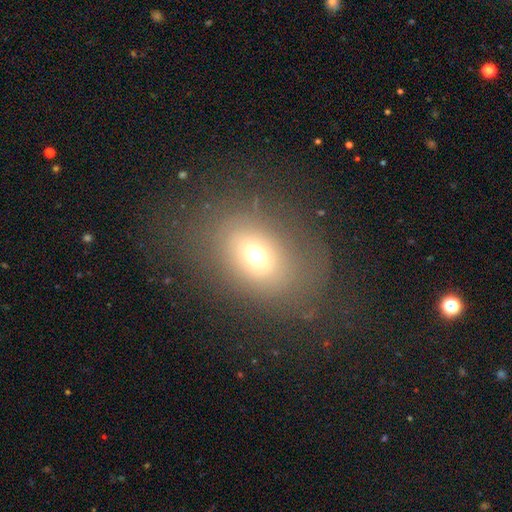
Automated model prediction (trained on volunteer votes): smooth-or-featured: smooth: 63% | featured or disk: 20% | star or artifact: 17%
  how-rounded: in between: 62% | round: 37% | cigar-shaped: 1%
  merging: none: 69% | minor disturbance: 15% | major disturbance: 14% | merger: 2%